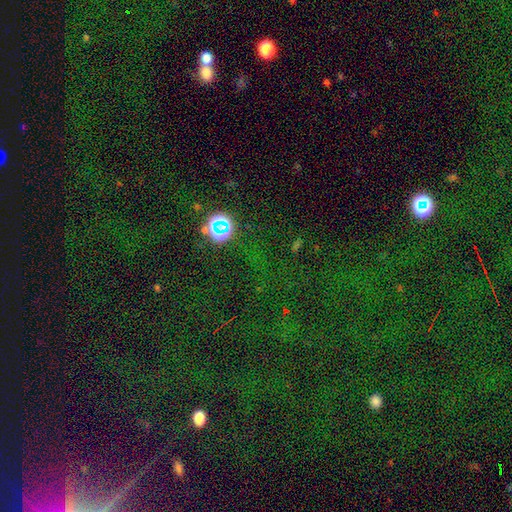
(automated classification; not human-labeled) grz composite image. It shows a star or artifact, not a galaxy (72%).